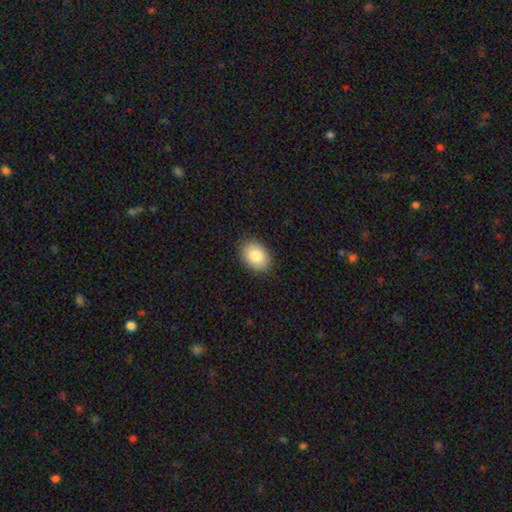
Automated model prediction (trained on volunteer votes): This appears to be a smooth galaxy with no disk features (84%) that is in between round and cigar-shaped (76%). Merging: none (88%).